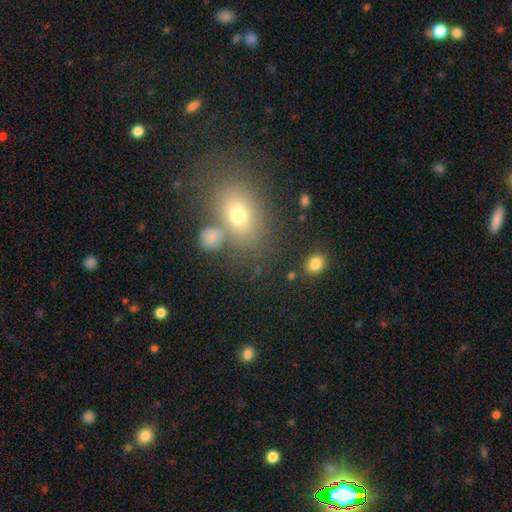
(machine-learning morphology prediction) This is likely a smooth galaxy (63%). How rounded: likely in between (71%). Merging: likely none (66%).